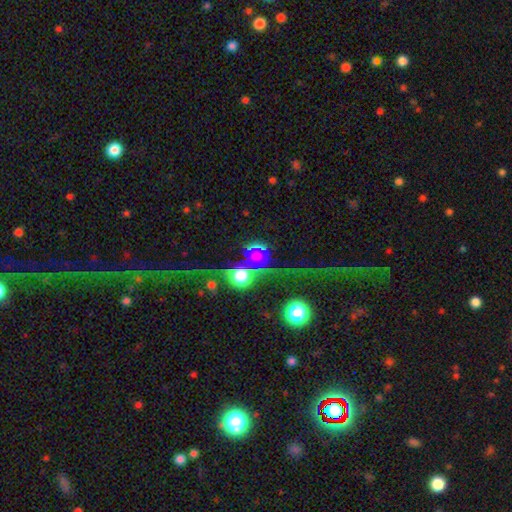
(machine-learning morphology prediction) smooth-or-featured: star or artifact: 54% | smooth: 32% | featured or disk: 14%